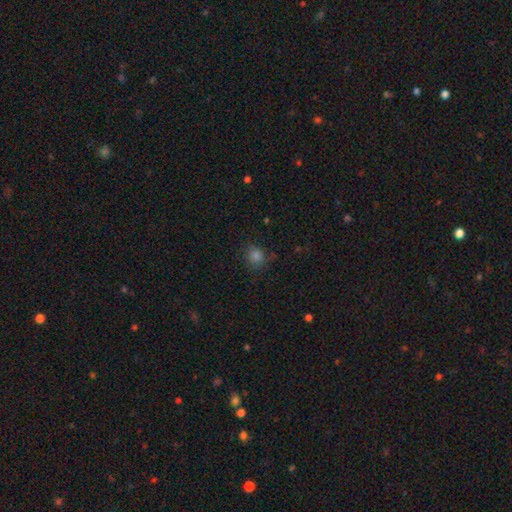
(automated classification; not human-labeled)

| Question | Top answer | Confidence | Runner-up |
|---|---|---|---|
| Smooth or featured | smooth | 76% | star or artifact (19%) |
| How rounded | round | 83% | in between (16%) |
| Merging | none | 79% | minor disturbance (14%) |